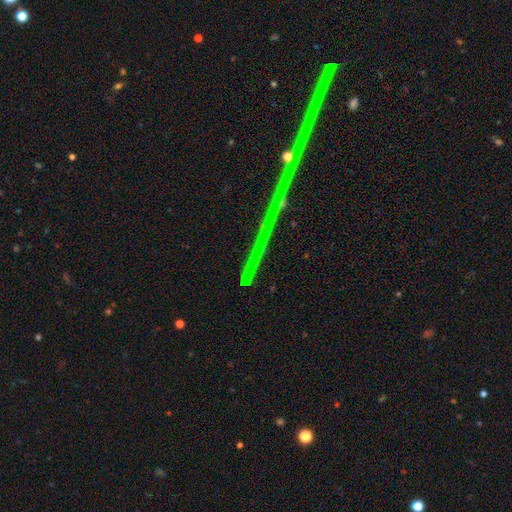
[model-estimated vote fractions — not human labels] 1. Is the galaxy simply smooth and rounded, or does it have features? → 77% star or artifact, 15% featured or disk, 8% smooth.